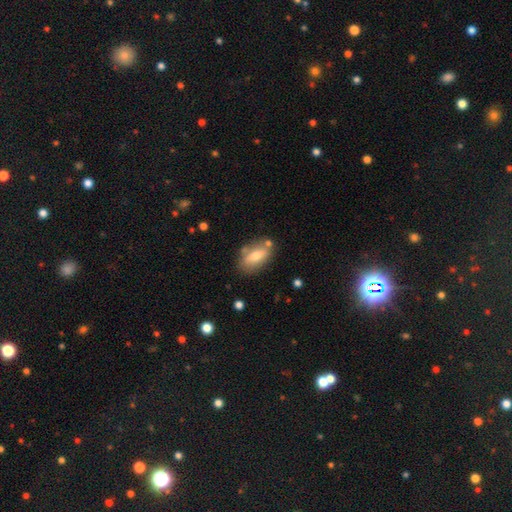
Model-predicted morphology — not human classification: A smooth galaxy with no disk features (69%) that is in between round and cigar-shaped (87%).

Vote fractions:
- Smooth or featured? smooth: 69% / featured or disk: 23% / star or artifact: 7%
- How rounded? in between: 87% / cigar-shaped: 7% / round: 5%
- Merging? none: 70% / minor disturbance: 17% / merger: 8% / major disturbance: 5%